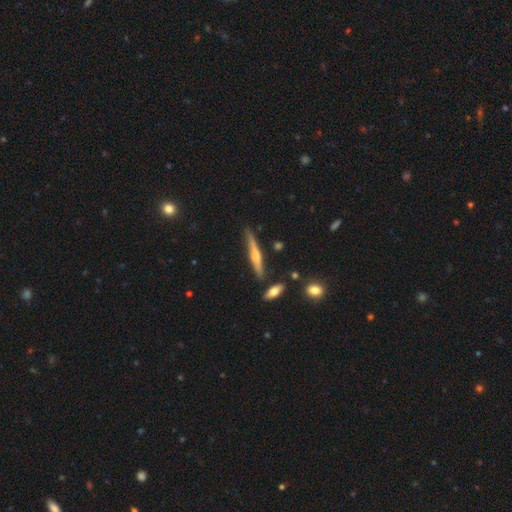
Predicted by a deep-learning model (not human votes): smooth-or-featured: featured or disk: 55% | smooth: 39% | star or artifact: 6%
  disk-edge-on: yes: 96% | no: 4%
    edge-on-bulge: rounded: 68% | none: 19% | boxy: 12%
  merging: none: 79% | minor disturbance: 14% | merger: 4% | major disturbance: 3%